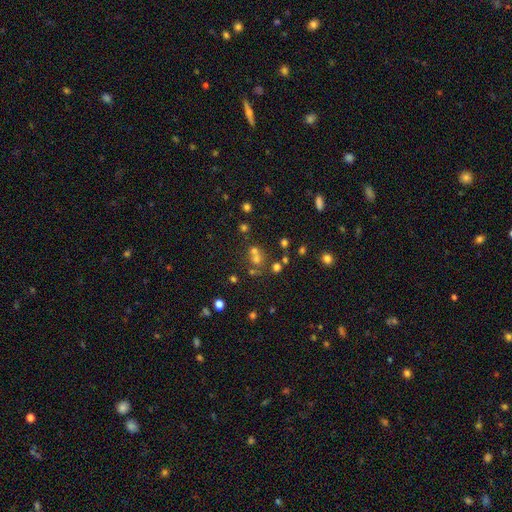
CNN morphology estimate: The model was most divided on "merging": none: 44%, merger: 42%, minor disturbance: 9%, major disturbance: 6%. More confident: how rounded — round (73%); smooth or featured — smooth (53%).